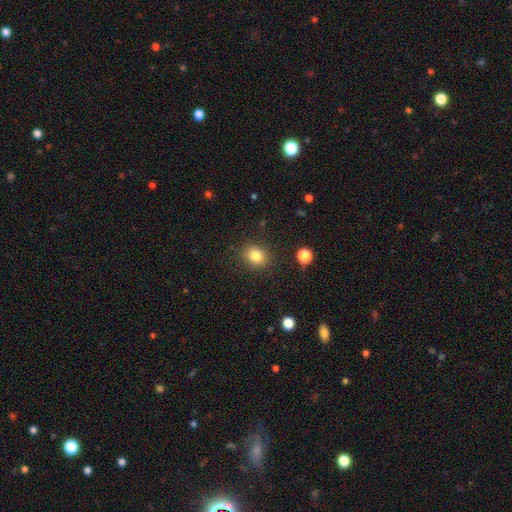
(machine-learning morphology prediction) Smooth or featured? Predicted: smooth (p=0.83). How rounded? Predicted: round (p=0.63). Merging? Predicted: none (p=0.87).